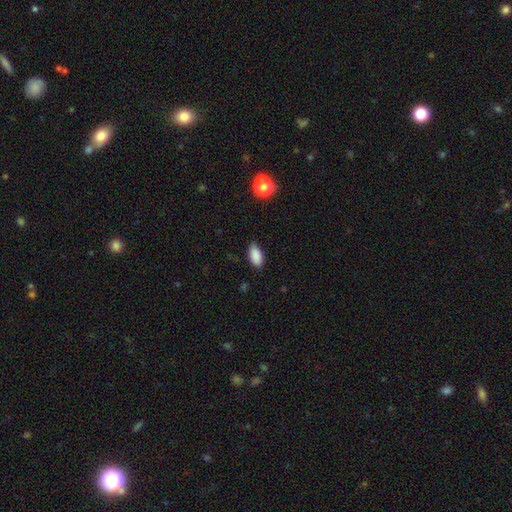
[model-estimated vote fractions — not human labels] smooth 88%, star or artifact 8%, featured or disk 4%. Down the decision tree: how rounded — in between (92%); merging — none (77%).